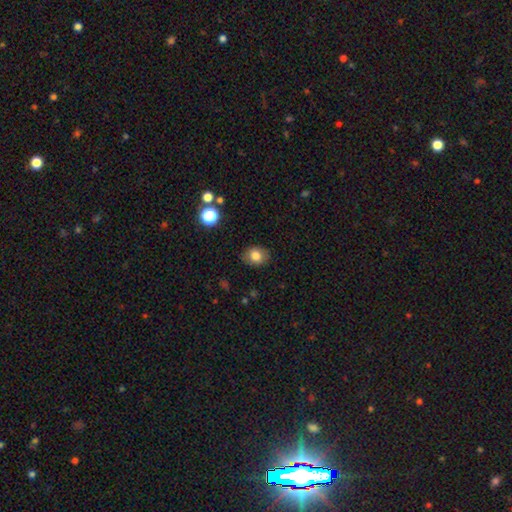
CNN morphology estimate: Overall: smooth (81%). How rounded: round (52%; in between 47%). Merging: none (85%).